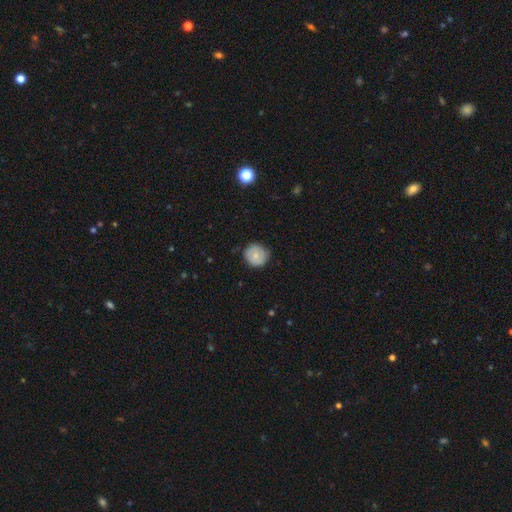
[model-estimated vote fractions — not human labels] Morphology: type=smooth (70%); roundness=round (89%); merging=none (76%).